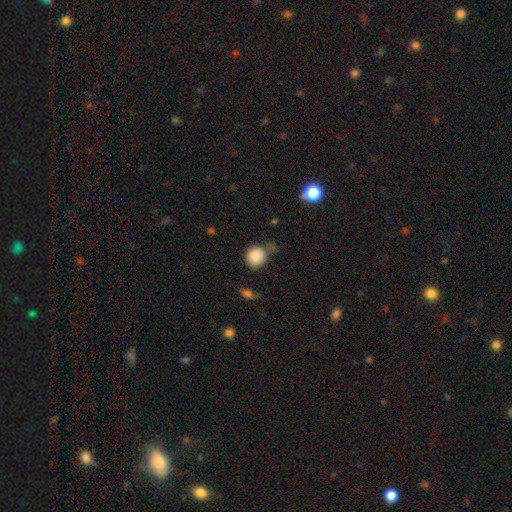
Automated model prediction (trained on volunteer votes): The model was most divided on "merging": none: 59%, minor disturbance: 27%, major disturbance: 7%, merger: 7%. More confident: smooth or featured — smooth (86%); how rounded — round (83%).